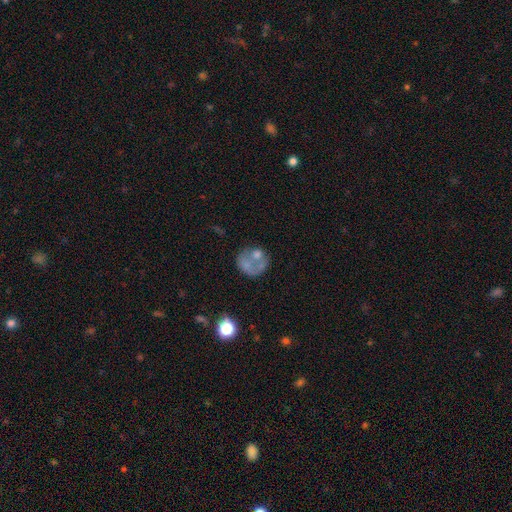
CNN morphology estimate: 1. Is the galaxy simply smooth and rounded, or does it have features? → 52% smooth, 37% featured or disk, 11% star or artifact.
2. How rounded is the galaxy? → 71% round, 28% in between, 1% cigar-shaped.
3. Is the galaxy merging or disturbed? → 36% none, 25% merger, 23% major disturbance, 16% minor disturbance.